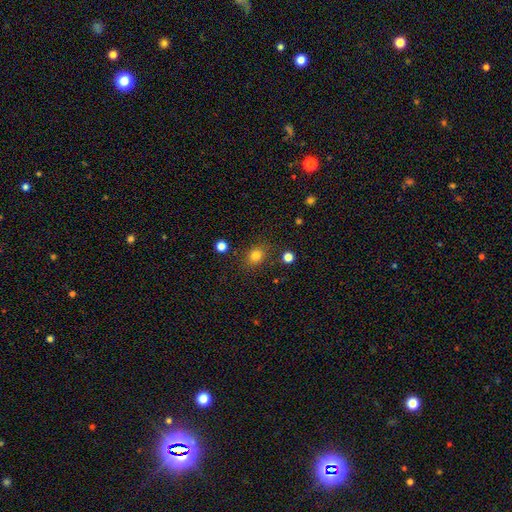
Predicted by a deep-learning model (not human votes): This is clearly a smooth galaxy (81%). How rounded: likely round (66%). Merging: clearly none (83%).